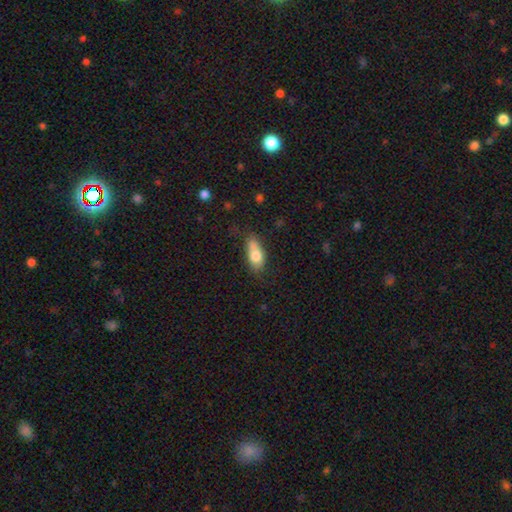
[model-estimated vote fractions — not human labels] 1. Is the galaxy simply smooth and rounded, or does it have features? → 76% smooth, 16% featured or disk, 8% star or artifact.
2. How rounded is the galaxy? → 81% in between, 11% cigar-shaped, 8% round.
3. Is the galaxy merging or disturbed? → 45% none, 28% minor disturbance, 18% merger, 9% major disturbance.